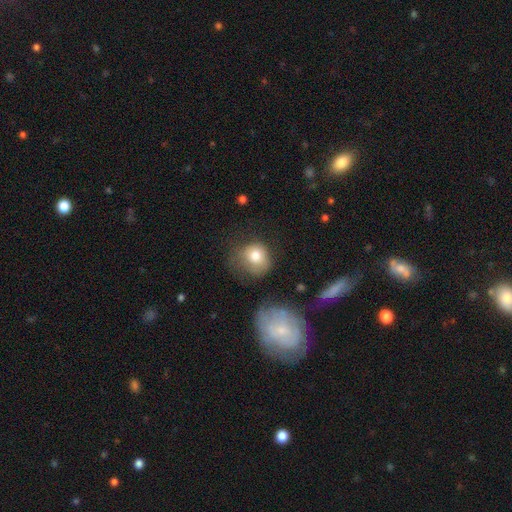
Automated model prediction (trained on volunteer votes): smooth 76%, featured or disk 15%, star or artifact 9%. Down the decision tree: how rounded — round (78%); merging — none (43%).